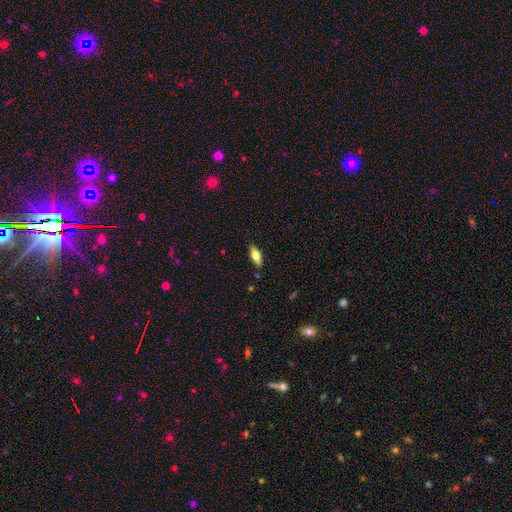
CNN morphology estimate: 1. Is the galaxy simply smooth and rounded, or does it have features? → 63% smooth, 31% featured or disk, 7% star or artifact.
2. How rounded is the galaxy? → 72% in between, 26% cigar-shaped, 3% round.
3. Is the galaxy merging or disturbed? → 87% none, 9% minor disturbance, 2% major disturbance, 1% merger.